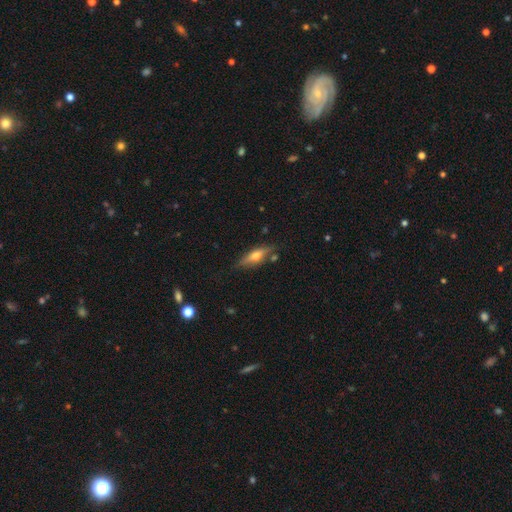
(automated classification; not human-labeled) Morphology: type=featured or disk (53%); edge-on=yes (90%); merging=none (76%).